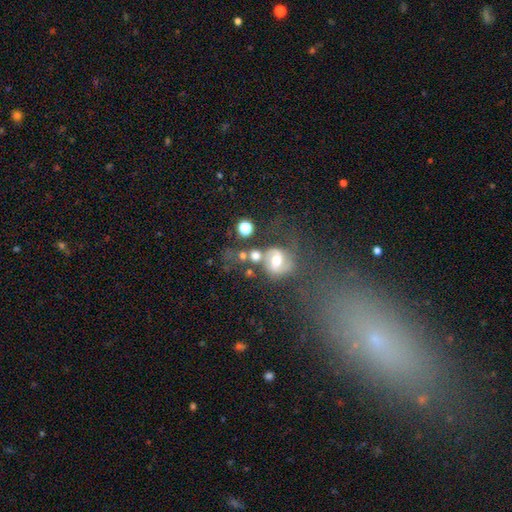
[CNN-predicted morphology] Smooth or featured: smooth — 48% (featured or disk — 39%)
Merging: none — 47% (merger — 22%)